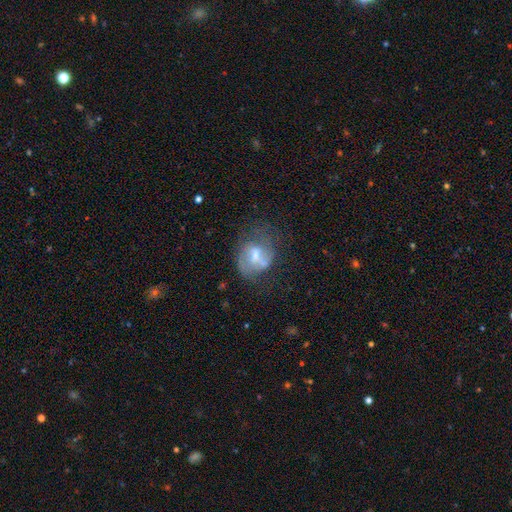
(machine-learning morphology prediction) This appears to be a featured or disk galaxy (56%) with no bar (48%), spiral arms (52%) and a moderate central bulge (52%). Merging: none (41%).